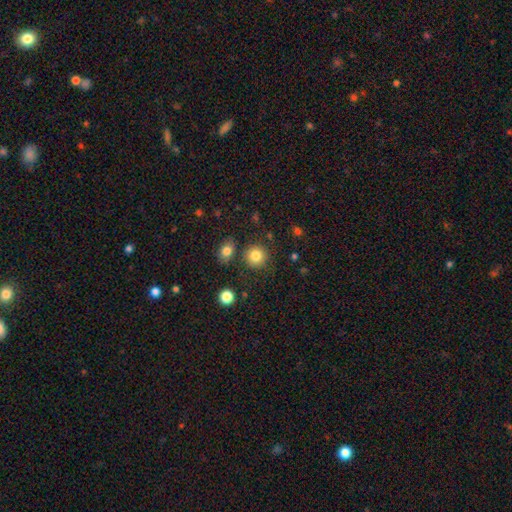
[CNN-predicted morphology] Smooth or featured? smooth (84%)
How rounded? round (90%)
Merging? none (83%)